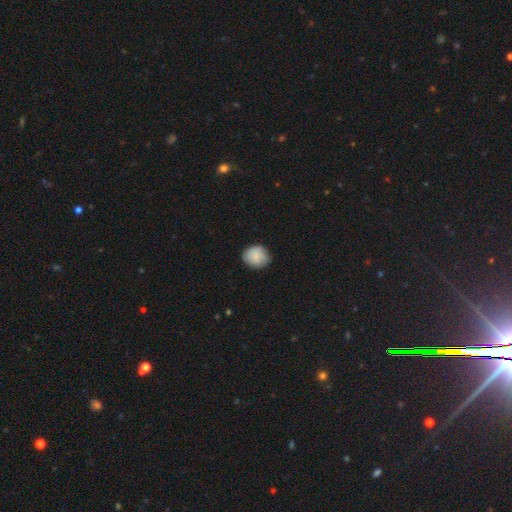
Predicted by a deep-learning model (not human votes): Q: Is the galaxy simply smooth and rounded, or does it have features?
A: smooth — 80%.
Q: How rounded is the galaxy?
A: round — 74%.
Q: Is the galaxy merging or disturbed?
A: none — 81%.